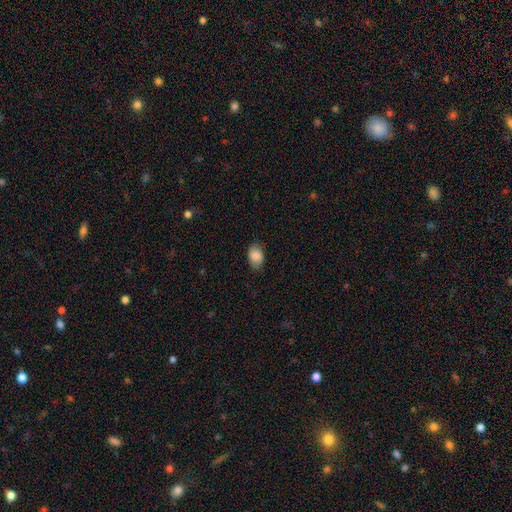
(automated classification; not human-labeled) Overall: smooth (87%). How rounded: in between (87%). Merging: none (81%).